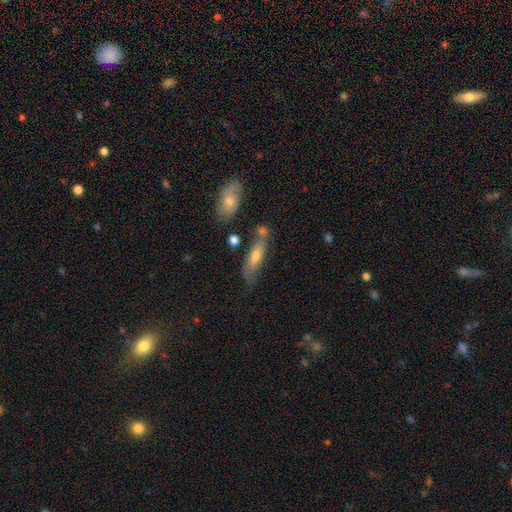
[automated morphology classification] smooth_or_featured: smooth (p=0.56) [alt: featured or disk p=0.36]
how_rounded: cigar-shaped (p=0.58) [alt: in between p=0.39]
merging: none (p=0.59) [alt: minor disturbance p=0.21]